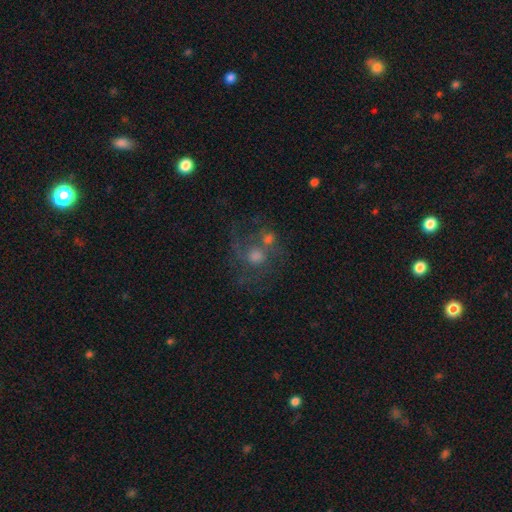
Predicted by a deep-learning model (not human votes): smooth-or-featured: featured or disk: 54% | smooth: 29% | star or artifact: 17%
  disk-edge-on: no: 97% | yes: 3%
    bar: no: 80% | weak: 17% | strong: 3%
    has-spiral-arms: yes: 65% | no: 35%
    bulge-size: moderate: 55% | small: 19% | large: 15% | none: 8% | dominant: 2%
  merging: none: 49% | merger: 21% | major disturbance: 16% | minor disturbance: 14%